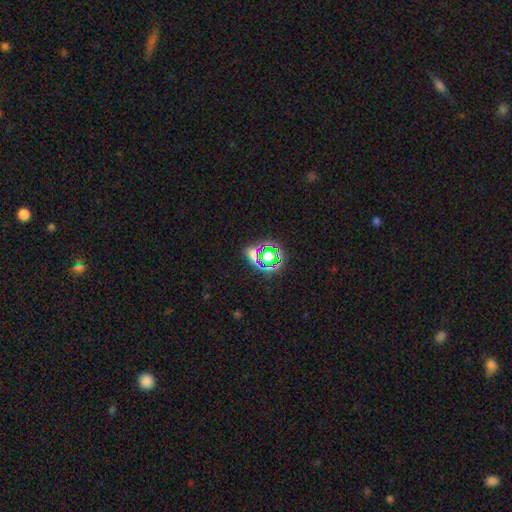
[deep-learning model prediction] This appears to be a star or artifact, not a galaxy (53%).